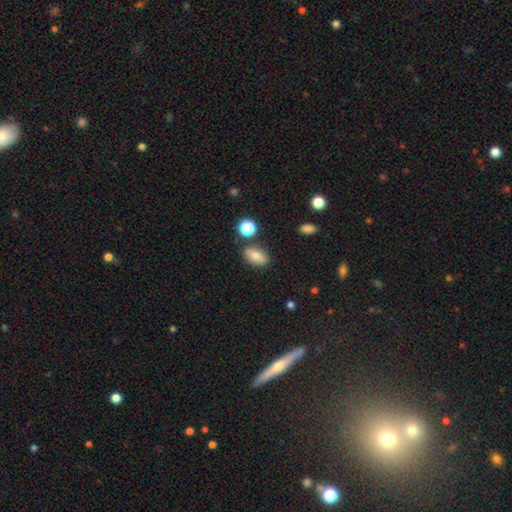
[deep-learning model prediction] Smooth or featured: smooth — 80% (featured or disk — 10%)
How rounded: in between — 85% (round — 10%)
Merging: none — 81% (minor disturbance — 12%)